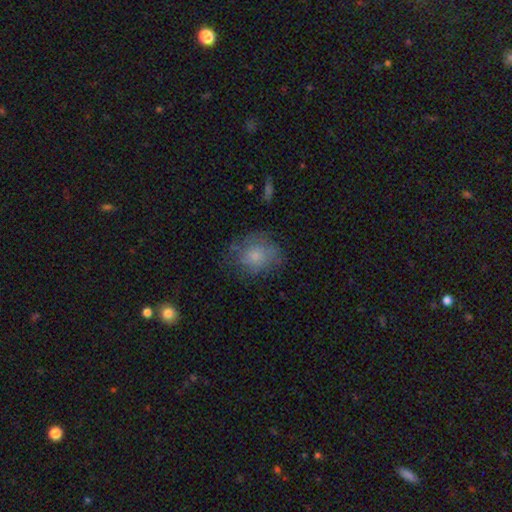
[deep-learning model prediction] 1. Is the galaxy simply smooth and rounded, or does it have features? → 69% smooth, 21% featured or disk, 10% star or artifact.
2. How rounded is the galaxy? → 63% round, 36% in between, 1% cigar-shaped.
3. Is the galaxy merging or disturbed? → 60% none, 25% minor disturbance, 13% major disturbance, 2% merger.